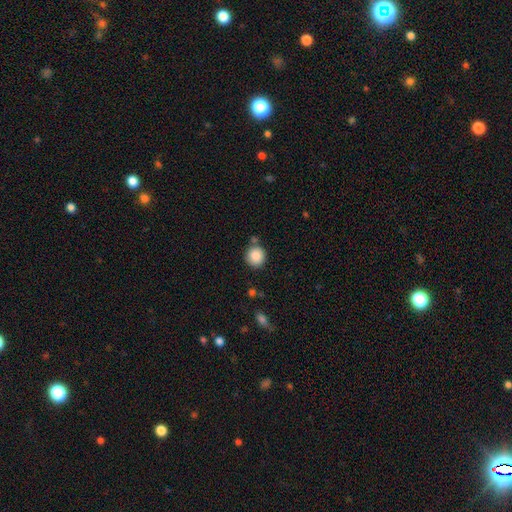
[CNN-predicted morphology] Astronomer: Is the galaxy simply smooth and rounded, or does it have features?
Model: smooth — 88%.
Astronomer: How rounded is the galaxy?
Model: round — 91%.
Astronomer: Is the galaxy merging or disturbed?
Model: none — 77%.